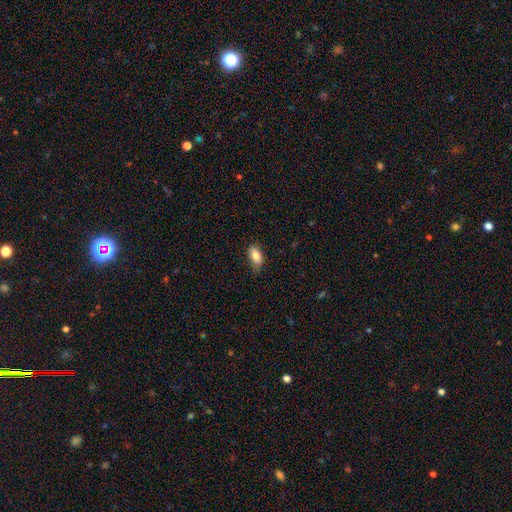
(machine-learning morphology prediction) Smooth or featured? Predicted: smooth (p=0.84). How rounded? Predicted: in between (p=0.89). Merging? Predicted: none (p=0.73).